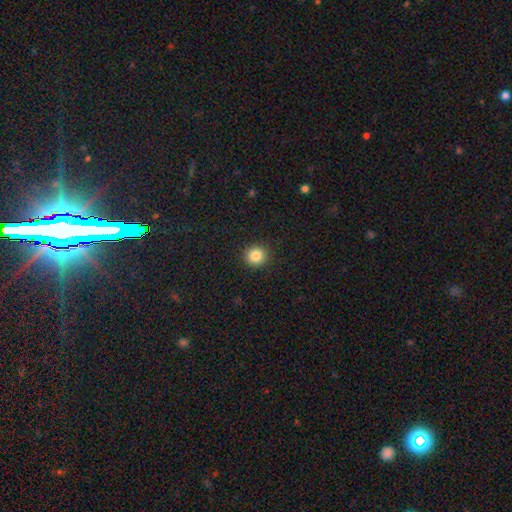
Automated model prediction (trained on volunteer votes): Overall: smooth (84%). How rounded: round (91%). Merging: none (92%).